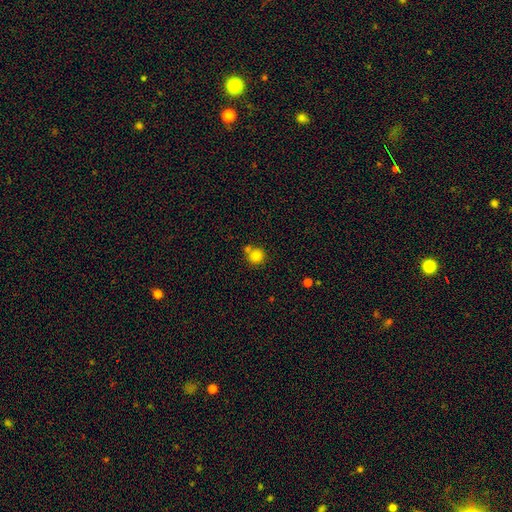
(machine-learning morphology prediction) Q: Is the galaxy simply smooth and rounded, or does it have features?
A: smooth — 82%.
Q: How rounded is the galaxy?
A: round — 92%.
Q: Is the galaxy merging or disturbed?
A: none — 62%.